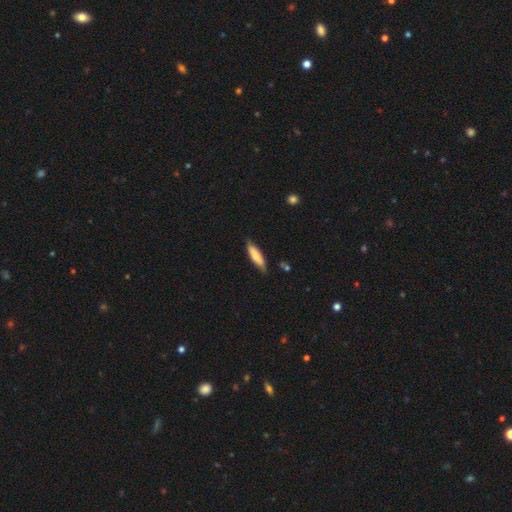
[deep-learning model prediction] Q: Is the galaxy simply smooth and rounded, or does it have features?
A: smooth — 77%.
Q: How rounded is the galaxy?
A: cigar-shaped — 69%.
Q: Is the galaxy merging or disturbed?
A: none — 77%.